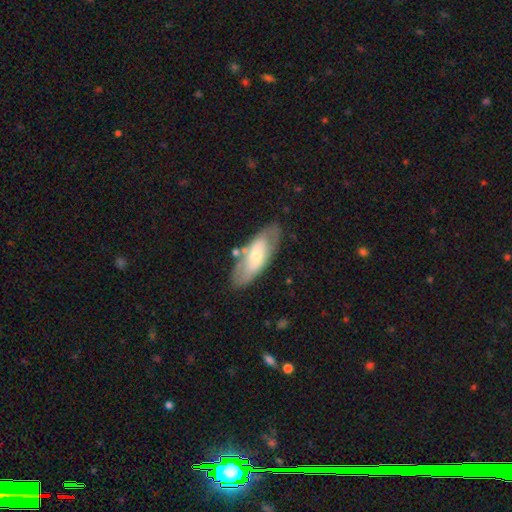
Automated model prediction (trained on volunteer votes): Smooth or featured: featured or disk — 47% (tied with smooth — 47%)
Merging: none — 72% (minor disturbance — 17%)